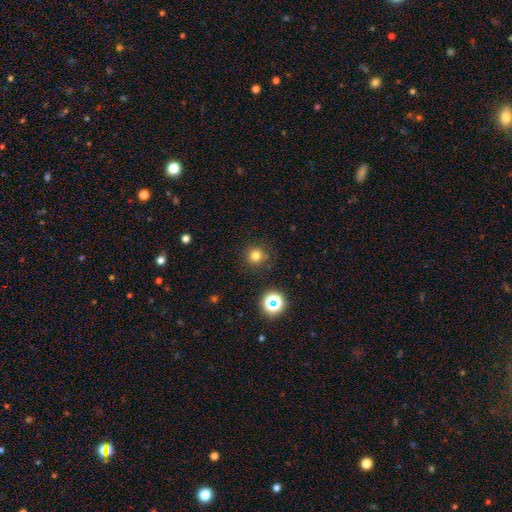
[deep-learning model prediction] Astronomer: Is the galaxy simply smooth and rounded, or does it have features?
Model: smooth — 76%.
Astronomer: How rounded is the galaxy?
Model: round — 95%.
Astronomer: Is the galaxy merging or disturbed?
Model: none — 88%.